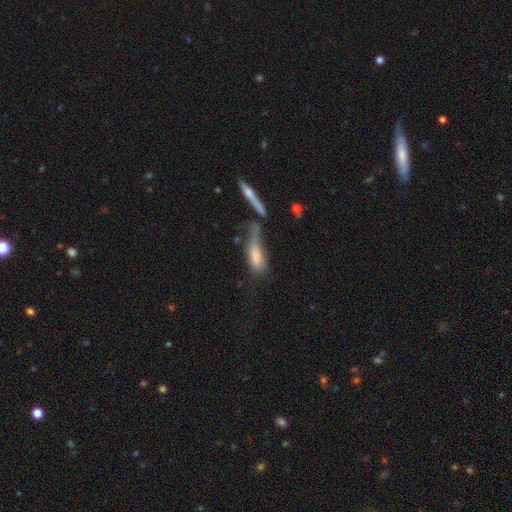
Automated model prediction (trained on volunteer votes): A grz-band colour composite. It shows a smooth galaxy with no disk features (70%) that is in between round and cigar-shaped (58%). Merging: merger (35%).